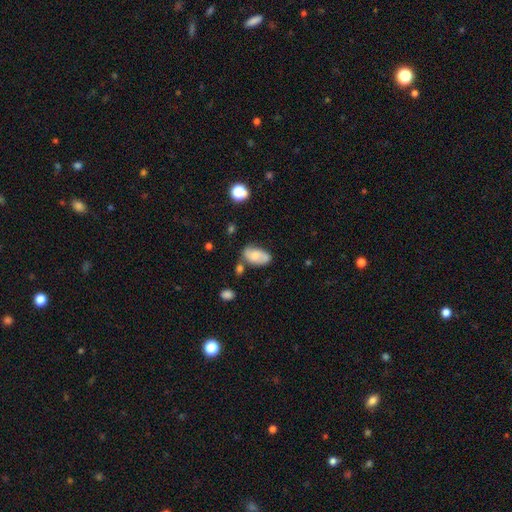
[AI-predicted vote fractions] This is possibly a smooth galaxy (55%). How rounded: clearly in between (92%). Merging: possibly none (54%).